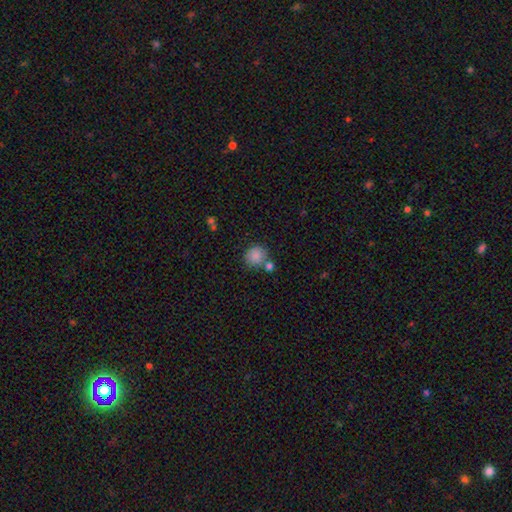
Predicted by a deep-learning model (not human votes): smooth_or_featured: smooth (p=0.86) [alt: star or artifact p=0.09]
how_rounded: round (p=0.88) [alt: in between p=0.11]
merging: none (p=0.68) [alt: merger p=0.17]